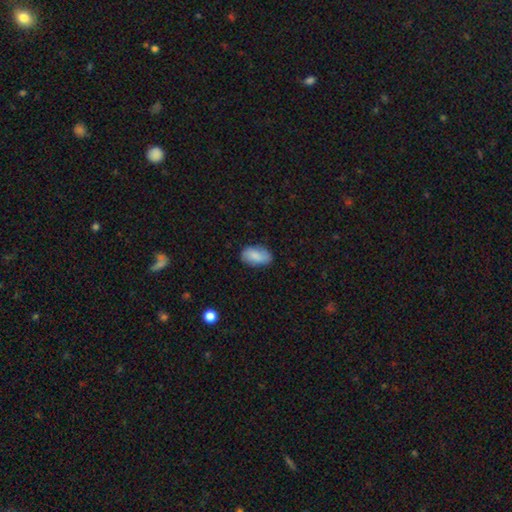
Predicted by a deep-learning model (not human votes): A smooth galaxy with no disk features (83%) that is in between round and cigar-shaped (93%). Merging: none (80%).